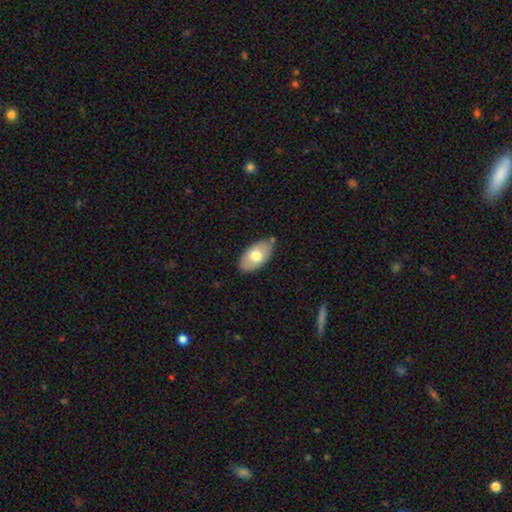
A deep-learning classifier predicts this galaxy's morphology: A smooth galaxy with no disk features (68%) that is in between round and cigar-shaped (94%).

Vote fractions:
- Smooth or featured? smooth: 68% / featured or disk: 26% / star or artifact: 6%
- How rounded? in between: 94% / round: 4% / cigar-shaped: 2%
- Merging? none: 79% / minor disturbance: 14% / merger: 4% / major disturbance: 3%